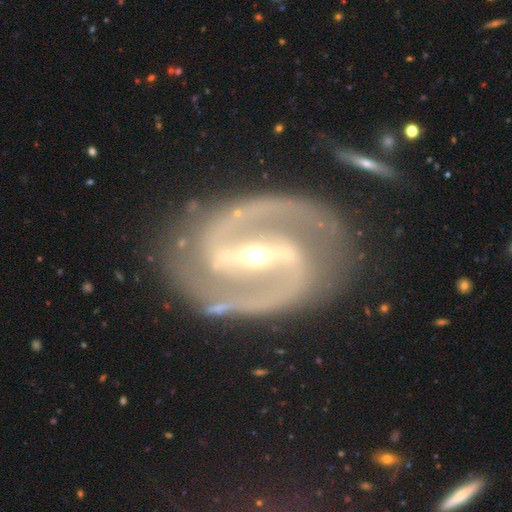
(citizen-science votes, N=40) Overall: featured or disk (98%). Edge-on disk: no (100%). Bar: strong (79%). Spiral arms: yes (100%). Spiral arm count: 2 (92%). Spiral winding: medium (67%). Bulge size: small (56%; moderate 44%). Merging: none (95%).